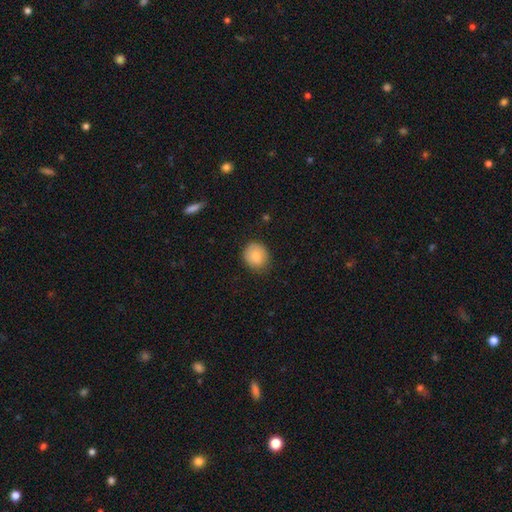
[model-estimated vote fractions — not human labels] A smooth galaxy with no disk features (84%) that is round (74%).

Vote fractions:
- Smooth or featured? smooth: 84% / featured or disk: 9% / star or artifact: 7%
- How rounded? round: 74% / in between: 25% / cigar-shaped: 1%
- Merging? none: 77% / minor disturbance: 18% / major disturbance: 4% / merger: 1%